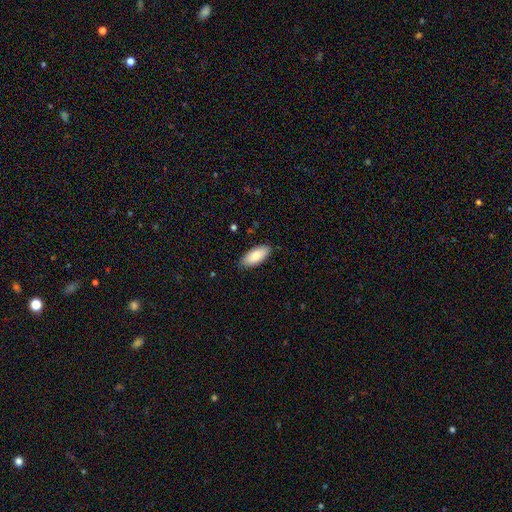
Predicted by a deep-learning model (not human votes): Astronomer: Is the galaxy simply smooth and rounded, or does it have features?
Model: smooth — 84%.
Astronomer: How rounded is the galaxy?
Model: in between — 88%.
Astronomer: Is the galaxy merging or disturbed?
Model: none — 86%.